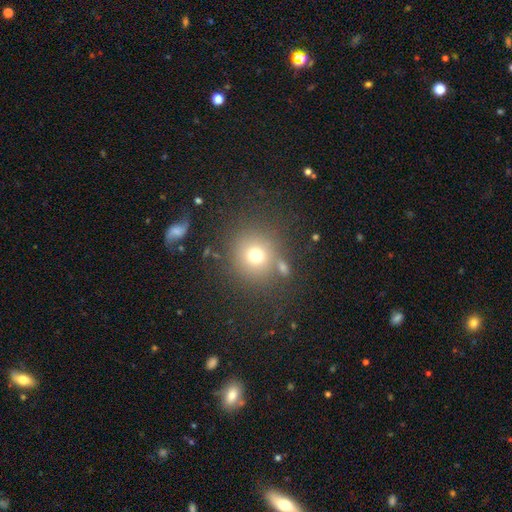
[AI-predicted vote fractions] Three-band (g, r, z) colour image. It shows a smooth galaxy with no disk features (73%) that is round (89%). Merging: none (75%).